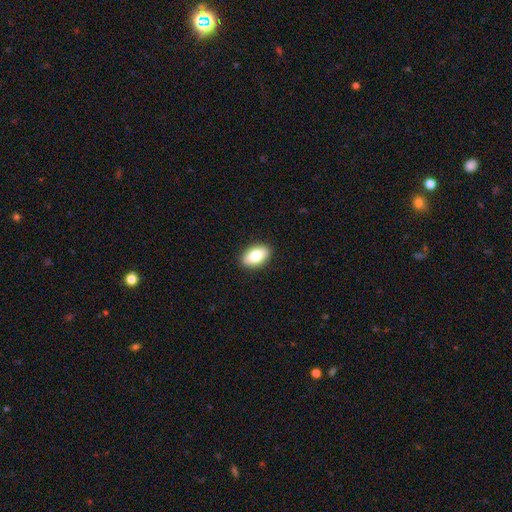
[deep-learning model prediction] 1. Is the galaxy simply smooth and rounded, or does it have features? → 80% smooth, 14% featured or disk, 7% star or artifact.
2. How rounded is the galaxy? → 92% in between, 6% round, 2% cigar-shaped.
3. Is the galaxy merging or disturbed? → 90% none, 7% minor disturbance, 2% major disturbance, 1% merger.